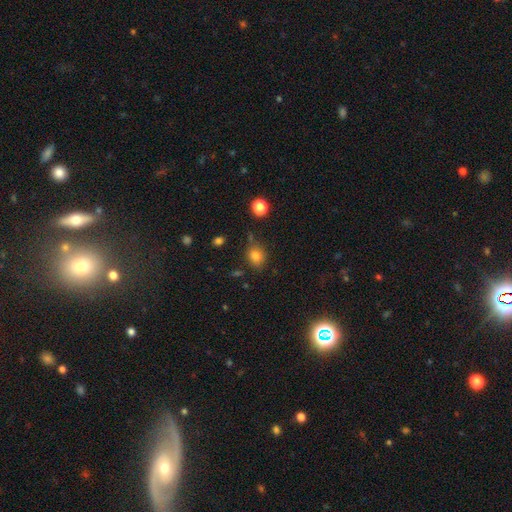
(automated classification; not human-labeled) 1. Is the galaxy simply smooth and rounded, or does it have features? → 79% smooth, 13% star or artifact, 8% featured or disk.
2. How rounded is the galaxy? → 61% round, 38% in between, 1% cigar-shaped.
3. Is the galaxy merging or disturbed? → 74% none, 16% minor disturbance, 6% merger, 4% major disturbance.